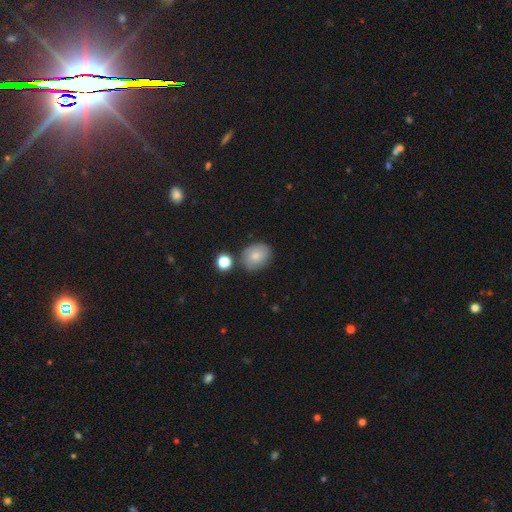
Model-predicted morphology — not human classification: Smooth or featured?
  - smooth: 78% *
  - featured or disk: 13%
  - star or artifact: 9%
How rounded?
  - in between: 53% *
  - round: 46%
  - cigar-shaped: 1%
Merging?
  - none: 72% *
  - minor disturbance: 17%
  - merger: 7%
  - major disturbance: 4%